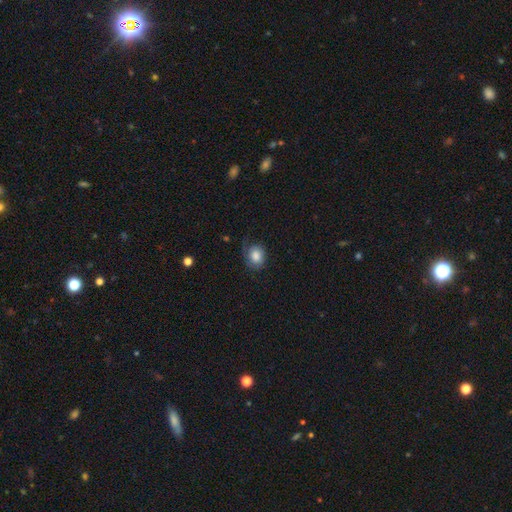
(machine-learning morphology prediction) smooth 75%, featured or disk 17%, star or artifact 8%. Down the decision tree: how rounded — round (57%); merging — none (55%).